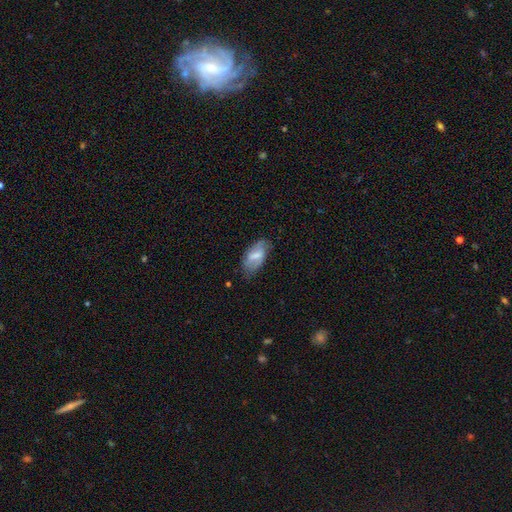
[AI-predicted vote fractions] smooth_or_featured: smooth (p=0.55) [alt: featured or disk p=0.38]
how_rounded: in between (p=0.91) [alt: cigar-shaped p=0.05]
merging: none (p=0.65) [alt: minor disturbance p=0.26]